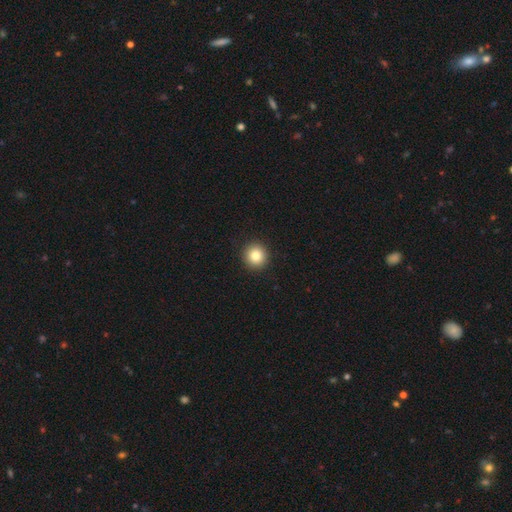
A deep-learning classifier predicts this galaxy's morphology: Q: Smooth or featured?
A: smooth (83%); runner-up: star or artifact (10%)
Q: How rounded?
A: round (93%); runner-up: in between (6%)
Q: Merging?
A: none (93%); runner-up: minor disturbance (4%)